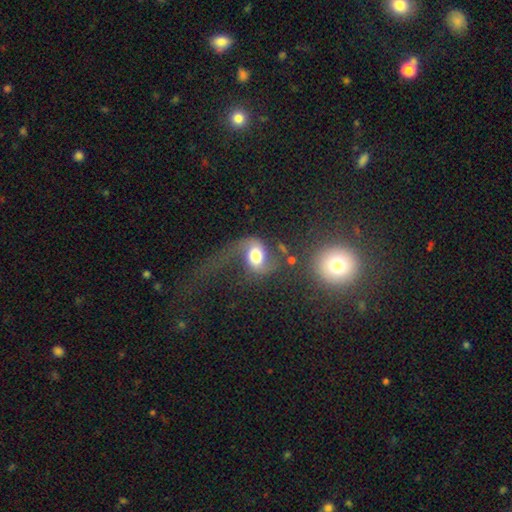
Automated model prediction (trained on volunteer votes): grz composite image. It shows a featured or disk galaxy (60%) with no bar (55%), 2 (74%) loose (73%) spiral arms (87%) and a moderate central bulge (44%). Merging: major disturbance (41%).